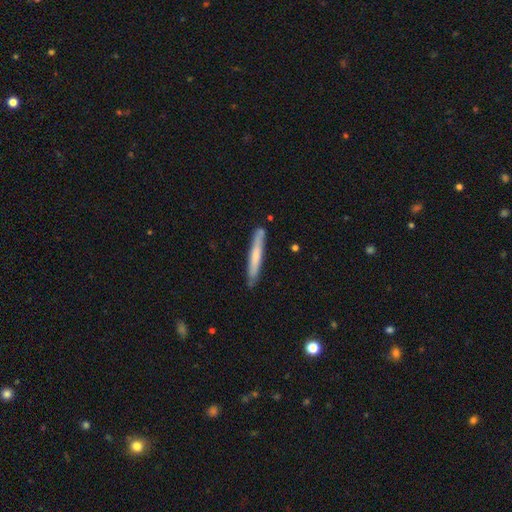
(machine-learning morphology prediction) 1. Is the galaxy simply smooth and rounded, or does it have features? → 59% smooth, 35% featured or disk, 5% star or artifact.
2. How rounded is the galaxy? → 96% cigar-shaped, 3% in between, 1% round.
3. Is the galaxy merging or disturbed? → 83% none, 12% minor disturbance, 2% merger, 2% major disturbance.